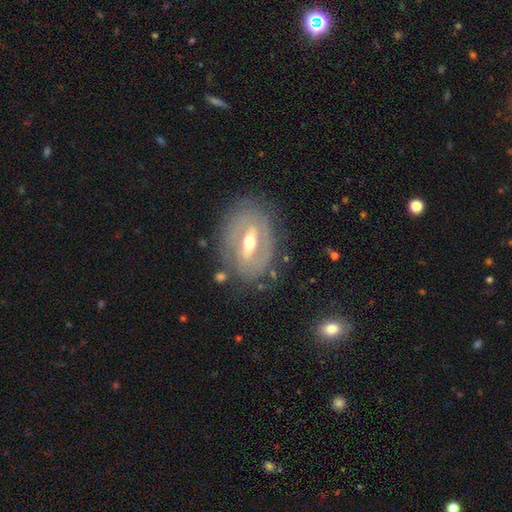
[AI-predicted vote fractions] Smooth or featured?
  - featured or disk: 80% *
  - smooth: 15%
  - star or artifact: 5%
Edge-on disk?
  - no: 91% *
  - yes: 9%
Bar?
  - strong: 52% *
  - weak: 33%
  - no: 15%
Spiral arms?
  - yes: 58% *
  - no: 42%
Bulge size?
  - moderate: 71% *
  - small: 20%
  - large: 6%
  - dominant: 1%
  - none: 1%
Merging?
  - none: 76% *
  - minor disturbance: 16%
  - major disturbance: 7%
  - merger: 2%